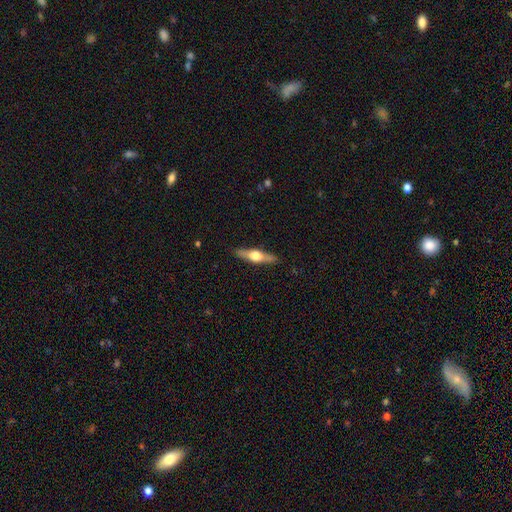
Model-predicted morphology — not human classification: Smooth or featured? Predicted: featured or disk (p=0.65). Edge-on disk? Predicted: yes (p=0.96). Edge-on bulge? Predicted: rounded (p=0.94). Merging? Predicted: none (p=0.89).